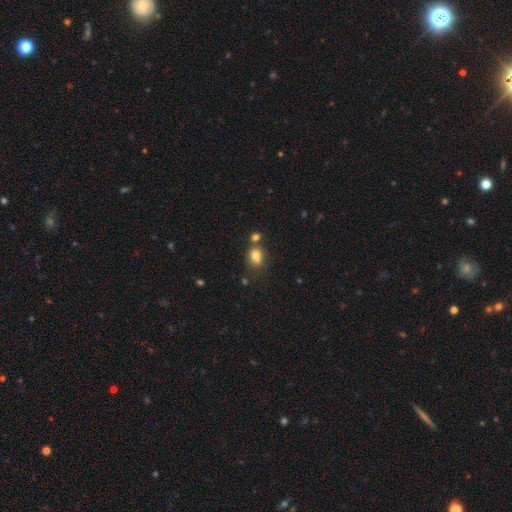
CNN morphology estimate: The model was most divided on "how rounded": in between: 60%, round: 39%, cigar-shaped: 1%. More confident: smooth or featured — smooth (80%); merging — none (56%).